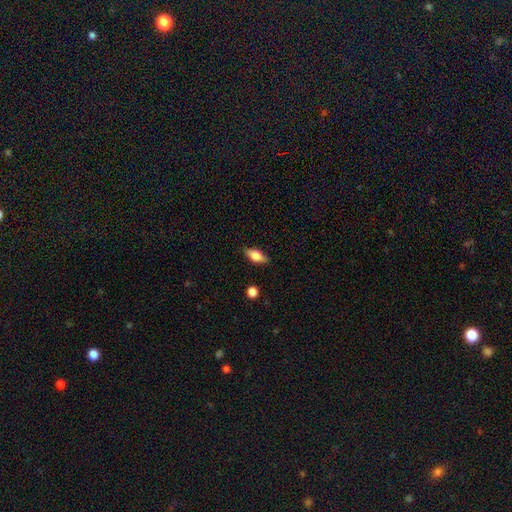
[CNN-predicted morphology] A smooth galaxy with no disk features (63%) that is in between round and cigar-shaped (78%).

Vote fractions:
- Smooth or featured? smooth: 63% / featured or disk: 30% / star or artifact: 7%
- How rounded? in between: 78% / cigar-shaped: 17% / round: 5%
- Merging? none: 85% / minor disturbance: 11% / major disturbance: 3% / merger: 1%